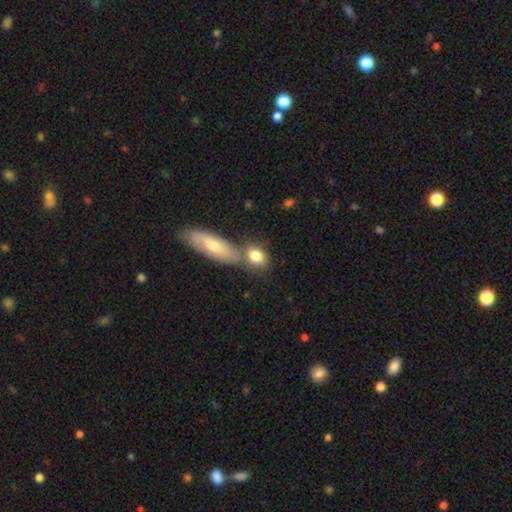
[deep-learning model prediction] The model was most divided on "merging": none: 45%, merger: 38%, minor disturbance: 12%, major disturbance: 4%. More confident: smooth or featured — smooth (80%); how rounded — in between (63%).